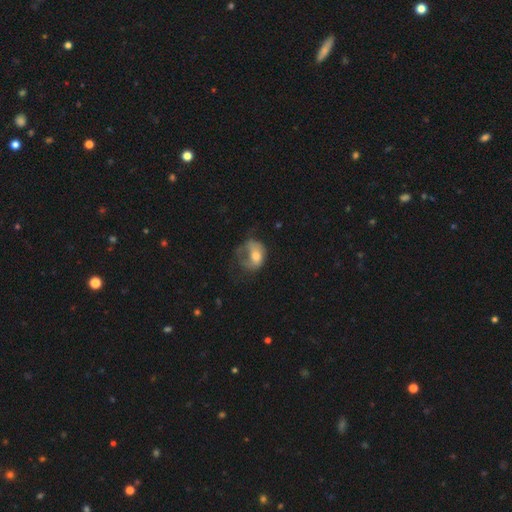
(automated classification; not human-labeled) smooth-or-featured: smooth: 56% | featured or disk: 35% | star or artifact: 9%
  how-rounded: in between: 61% | round: 37% | cigar-shaped: 1%
  merging: major disturbance: 51% | minor disturbance: 24% | none: 22% | merger: 3%